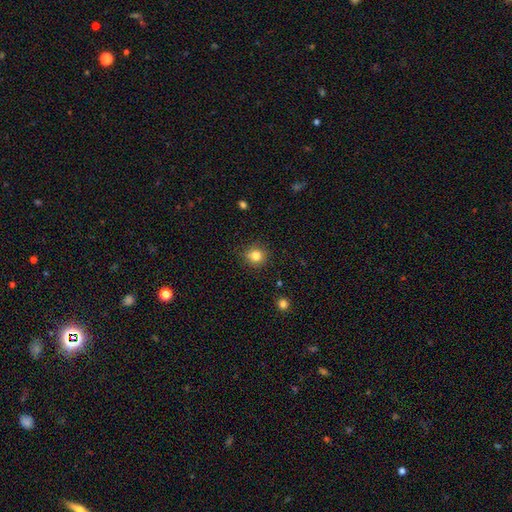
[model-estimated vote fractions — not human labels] smooth 81%, star or artifact 12%, featured or disk 6%. Down the decision tree: how rounded — round (88%); merging — none (86%).